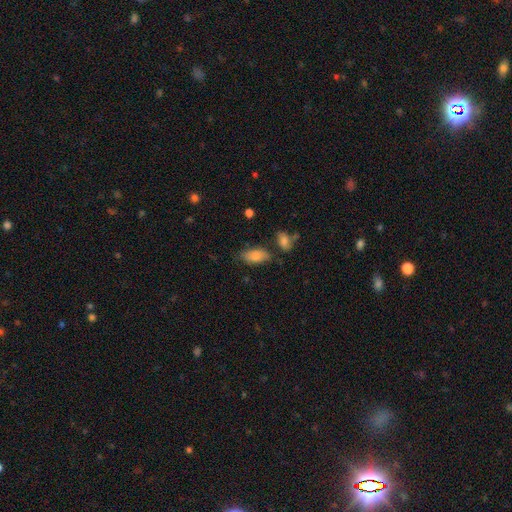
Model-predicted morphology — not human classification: This is clearly a smooth galaxy (83%). How rounded: clearly in between (90%). Merging: likely none (71%).